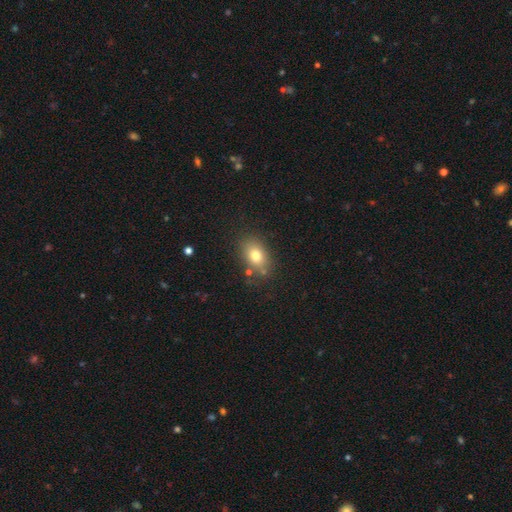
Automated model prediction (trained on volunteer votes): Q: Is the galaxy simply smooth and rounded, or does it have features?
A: smooth — 76%.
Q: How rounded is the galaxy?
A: in between — 73%.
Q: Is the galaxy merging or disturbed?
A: none — 77%.